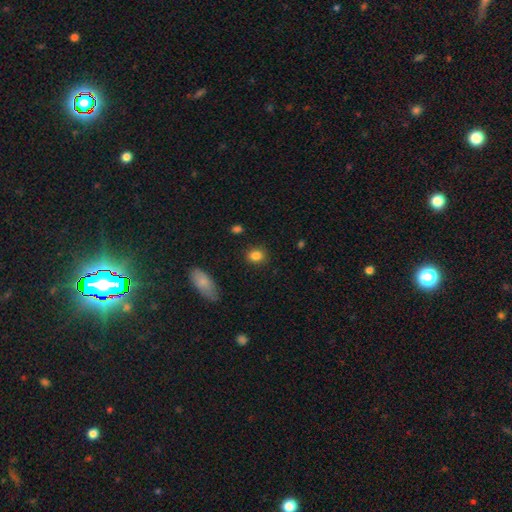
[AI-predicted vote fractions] A smooth galaxy with no disk features (85%) that is round (61%). Merging: none (87%).